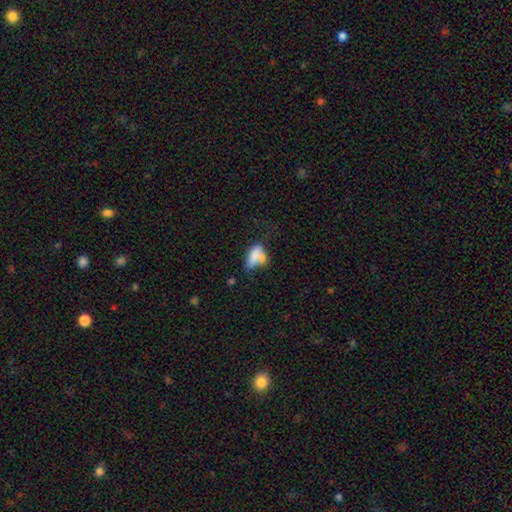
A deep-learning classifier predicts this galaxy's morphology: smooth_or_featured: smooth (p=0.69) [alt: featured or disk p=0.21]
how_rounded: in between (p=0.77) [alt: cigar-shaped p=0.17]
merging: merger (p=0.36) [alt: none p=0.28]